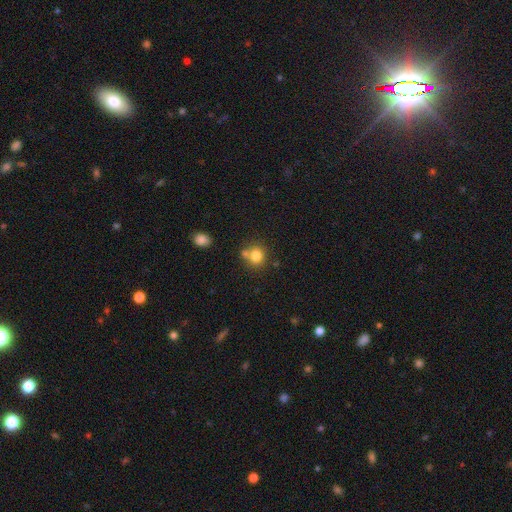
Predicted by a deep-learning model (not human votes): smooth_or_featured: smooth (p=0.80) [alt: star or artifact p=0.12]
how_rounded: round (p=0.79) [alt: in between p=0.20]
merging: none (p=0.58) [alt: merger p=0.26]